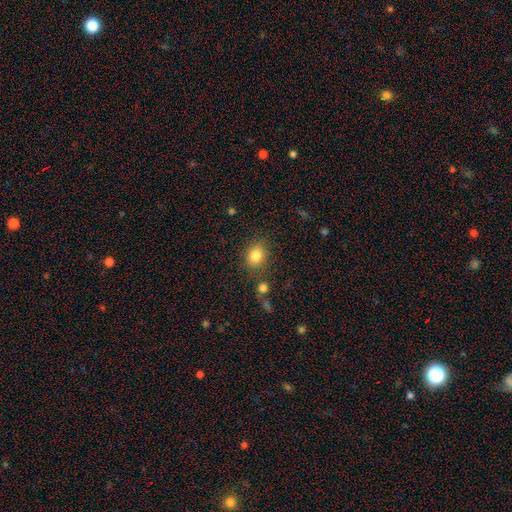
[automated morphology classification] Smooth or featured? Predicted: smooth (p=0.82). How rounded? Predicted: round (p=0.61). Merging? Predicted: none (p=0.80).